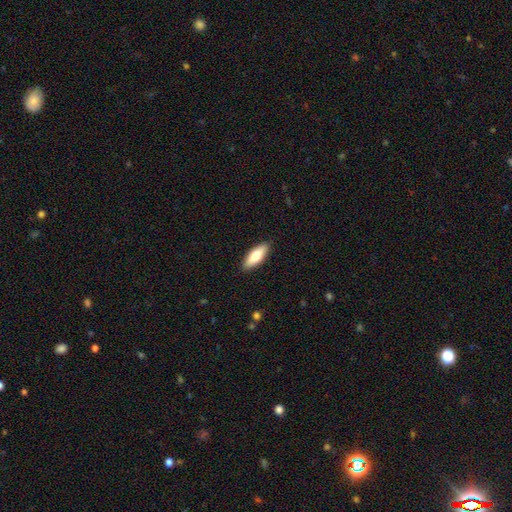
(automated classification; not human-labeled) A smooth galaxy with no disk features (74%) that is in between round and cigar-shaped (64%). Merging: none (89%).